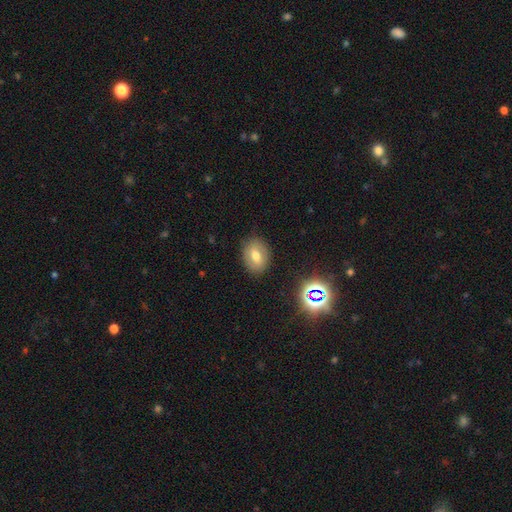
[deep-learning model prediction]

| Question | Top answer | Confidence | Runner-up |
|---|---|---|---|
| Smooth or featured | smooth | 65% | featured or disk (22%) |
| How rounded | in between | 70% | round (29%) |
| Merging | none | 85% | minor disturbance (11%) |